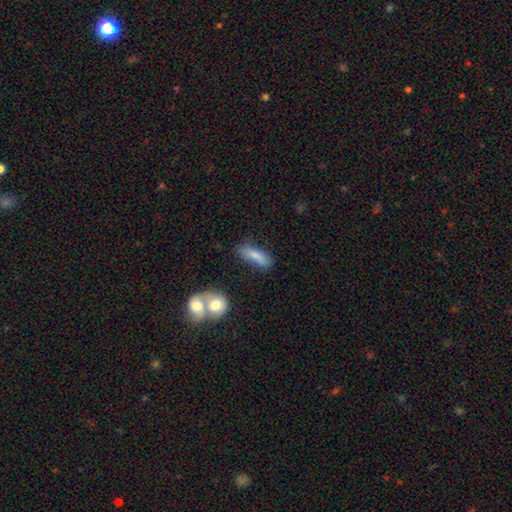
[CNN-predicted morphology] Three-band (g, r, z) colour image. It shows a smooth galaxy with no disk features (79%) that is cigar-shaped (53%). Merging: none (64%).